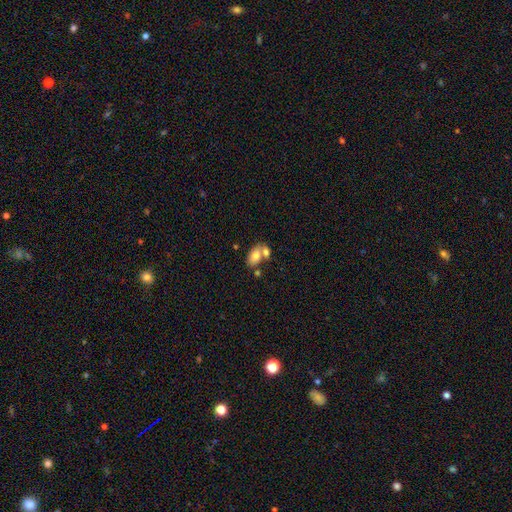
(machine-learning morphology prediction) This appears to be a smooth galaxy with no disk features (76%) that is in between round and cigar-shaped (89%). Merging: merger (46%).